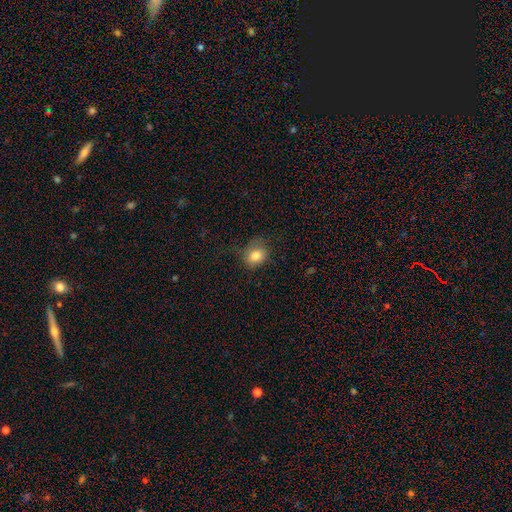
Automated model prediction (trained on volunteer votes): Q: Smooth or featured?
A: smooth (82%); runner-up: star or artifact (10%)
Q: How rounded?
A: round (59%); runner-up: in between (40%)
Q: Merging?
A: none (68%); runner-up: minor disturbance (22%)